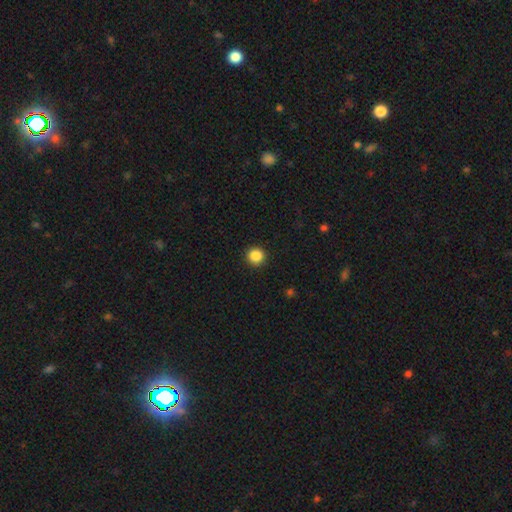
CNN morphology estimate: This appears to be a smooth galaxy with no disk features (86%) that is round (94%). Merging: none (93%).